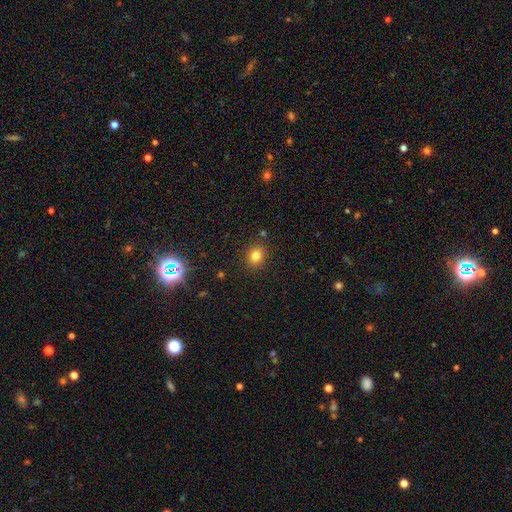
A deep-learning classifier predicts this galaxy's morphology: type=smooth (79%); roundness=round (67%); merging=none (87%).